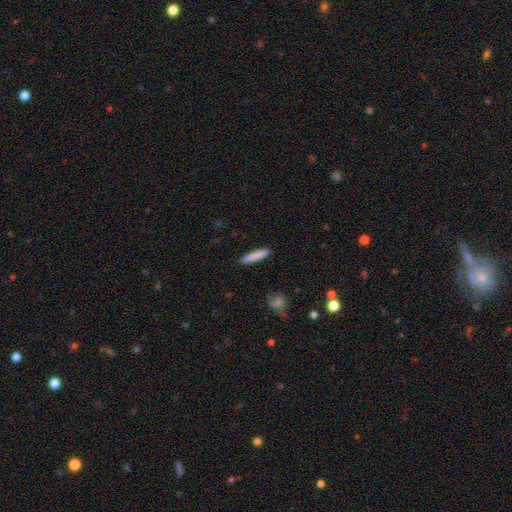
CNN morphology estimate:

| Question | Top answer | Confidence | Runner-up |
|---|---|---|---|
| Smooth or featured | smooth | 85% | featured or disk (9%) |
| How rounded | cigar-shaped | 88% | in between (11%) |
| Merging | none | 90% | minor disturbance (7%) |